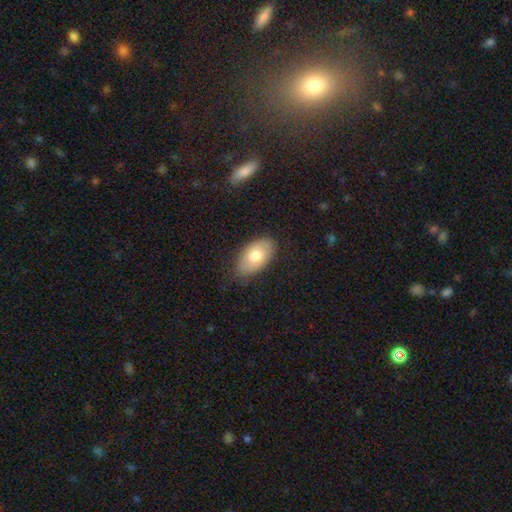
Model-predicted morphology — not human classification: Smooth or featured? smooth (74%)
How rounded? in between (94%)
Merging? none (80%)